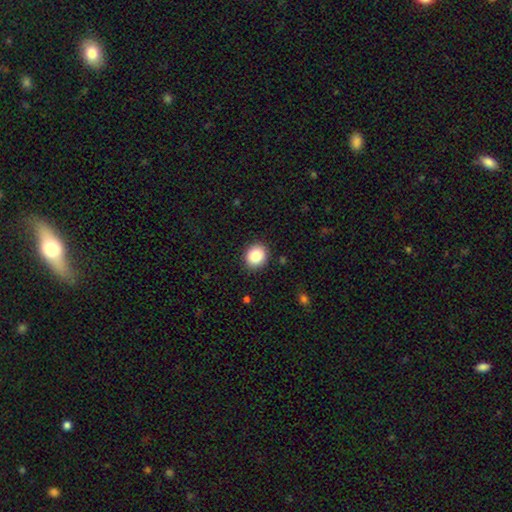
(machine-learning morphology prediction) This is clearly a smooth galaxy (85%). How rounded: likely round (76%). Merging: clearly none (90%).